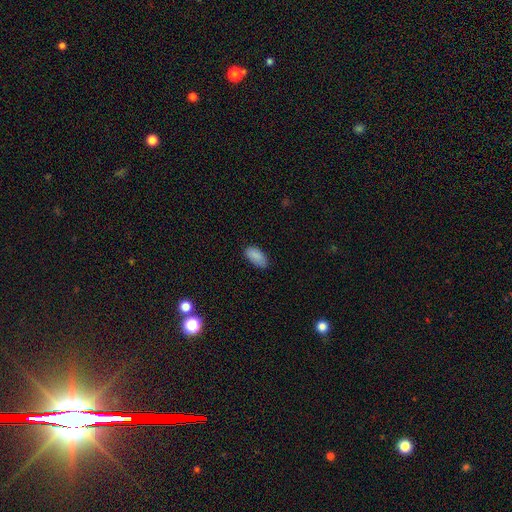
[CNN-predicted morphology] type=smooth (88%); roundness=in between (93%); merging=none (77%).